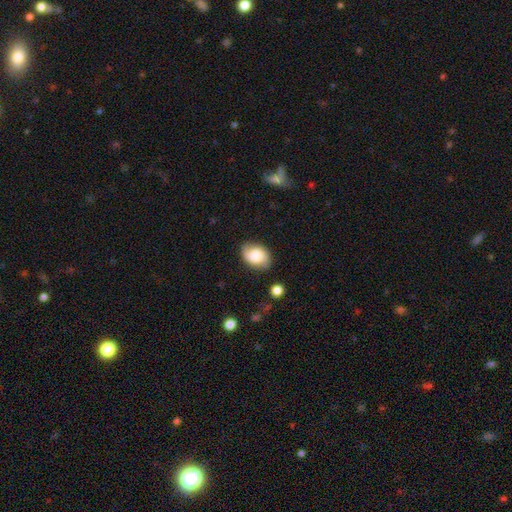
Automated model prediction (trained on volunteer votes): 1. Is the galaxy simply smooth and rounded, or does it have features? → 68% smooth, 24% featured or disk, 8% star or artifact.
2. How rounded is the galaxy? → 81% in between, 18% round, 1% cigar-shaped.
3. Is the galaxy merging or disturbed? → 78% none, 16% minor disturbance, 4% major disturbance, 2% merger.